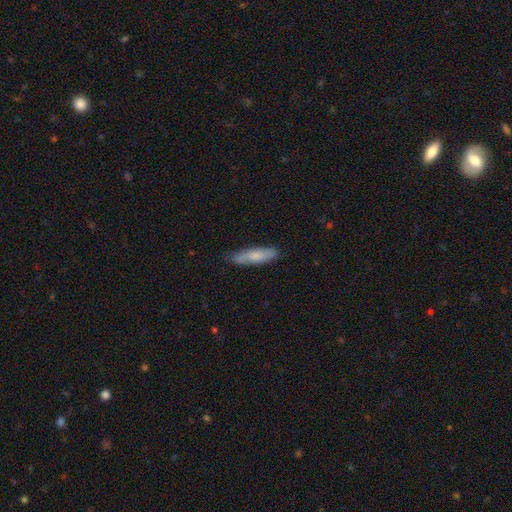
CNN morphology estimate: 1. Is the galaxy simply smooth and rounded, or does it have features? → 69% smooth, 25% featured or disk, 6% star or artifact.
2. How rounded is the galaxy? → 69% cigar-shaped, 29% in between, 2% round.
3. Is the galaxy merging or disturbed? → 77% none, 19% minor disturbance, 3% major disturbance, 1% merger.